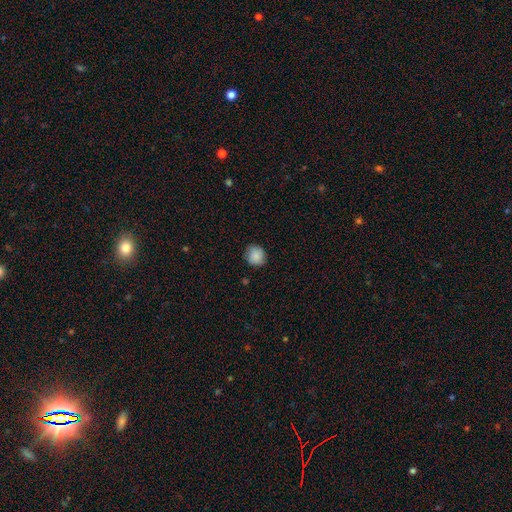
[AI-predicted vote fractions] A smooth galaxy with no disk features (87%) that is round (88%). Merging: none (83%).